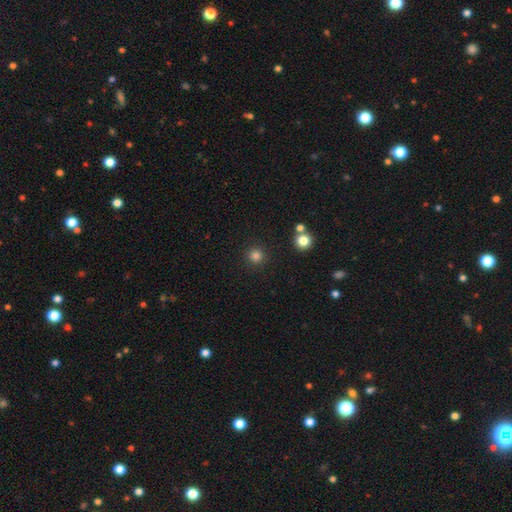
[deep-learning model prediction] smooth-or-featured: smooth: 82% | star or artifact: 13% | featured or disk: 4%
  how-rounded: round: 95% | in between: 4% | cigar-shaped: 1%
  merging: none: 90% | minor disturbance: 5% | merger: 3% | major disturbance: 2%